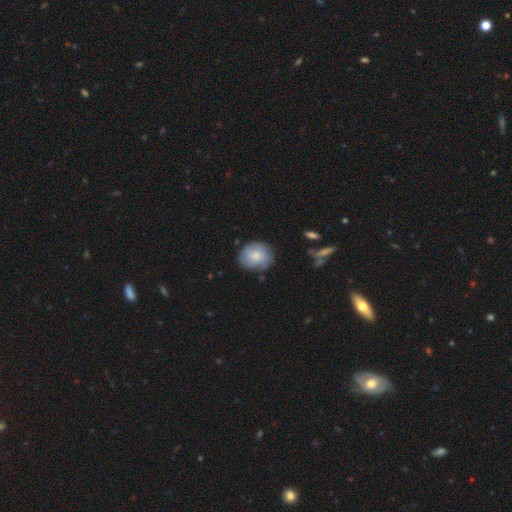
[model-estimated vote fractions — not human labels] smooth 69%, featured or disk 24%, star or artifact 7%. Down the decision tree: how rounded — round (66%); merging — none (73%).